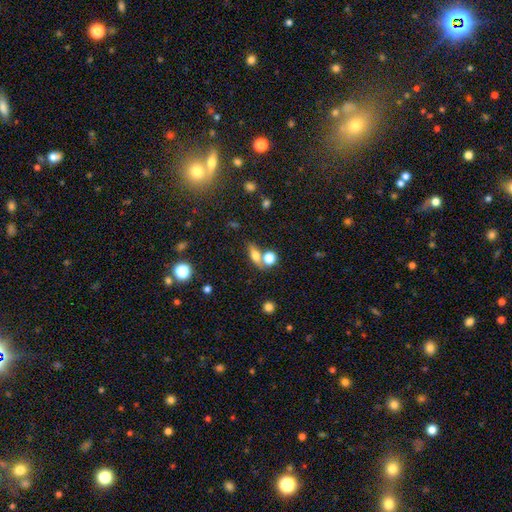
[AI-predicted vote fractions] Smooth or featured? smooth (65%)
How rounded? in between (58%)
Merging? none (52%)